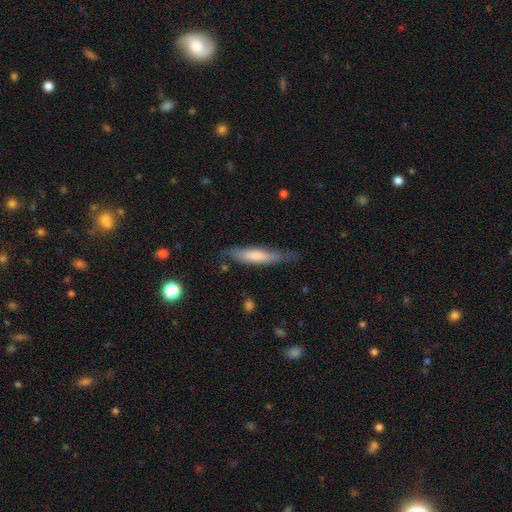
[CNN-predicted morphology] Smooth or featured: smooth — 64% (featured or disk — 31%)
How rounded: cigar-shaped — 83% (in between — 16%)
Merging: none — 69% (minor disturbance — 23%)